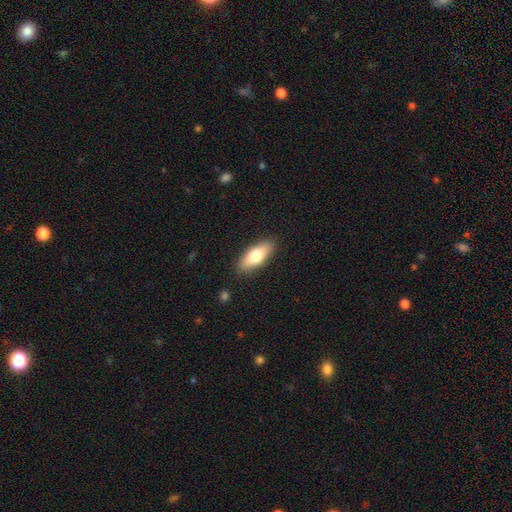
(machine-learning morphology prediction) The model was most divided on "smooth or featured": smooth: 69%, featured or disk: 25%, star or artifact: 6%. More confident: merging — none (87%); how rounded — in between (71%).